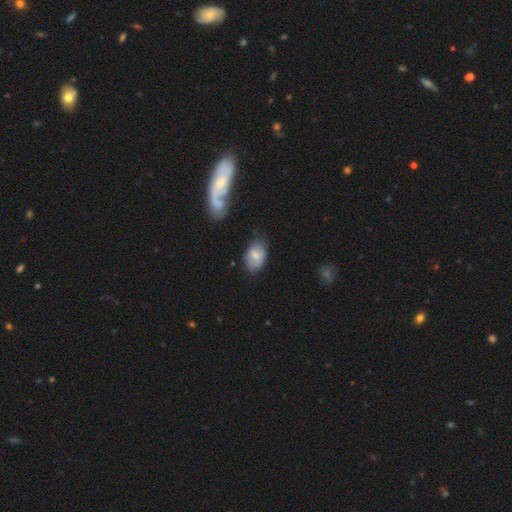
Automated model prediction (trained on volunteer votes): The model was most divided on "merging": none: 65%, minor disturbance: 26%, major disturbance: 7%, merger: 3%. More confident: how rounded — in between (90%); smooth or featured — smooth (66%).